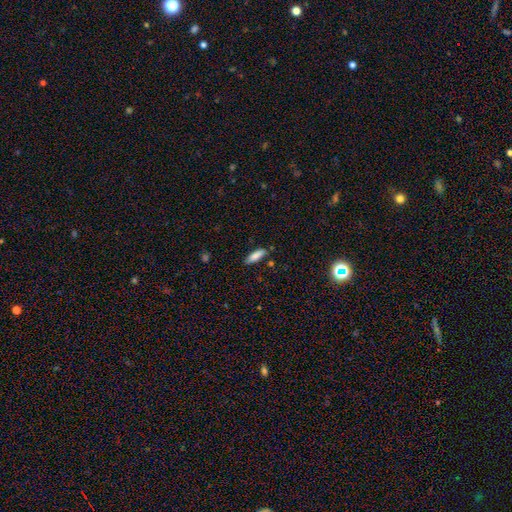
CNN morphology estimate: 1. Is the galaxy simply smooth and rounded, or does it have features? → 84% smooth, 9% featured or disk, 7% star or artifact.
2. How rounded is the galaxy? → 51% in between, 47% cigar-shaped, 2% round.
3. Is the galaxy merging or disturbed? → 82% none, 13% minor disturbance, 3% merger, 3% major disturbance.